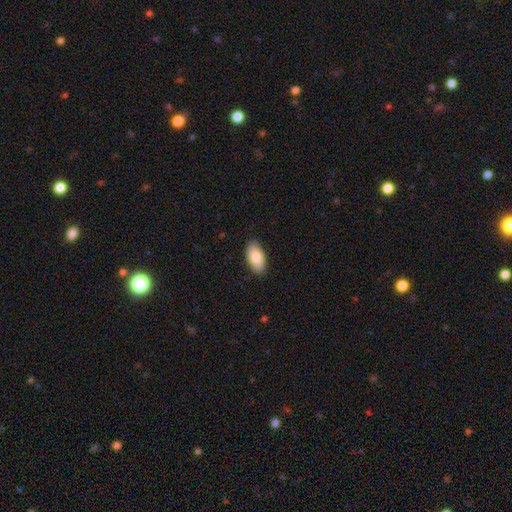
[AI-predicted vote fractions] Smooth or featured? Predicted: smooth (p=0.84). How rounded? Predicted: in between (p=0.94). Merging? Predicted: none (p=0.88).